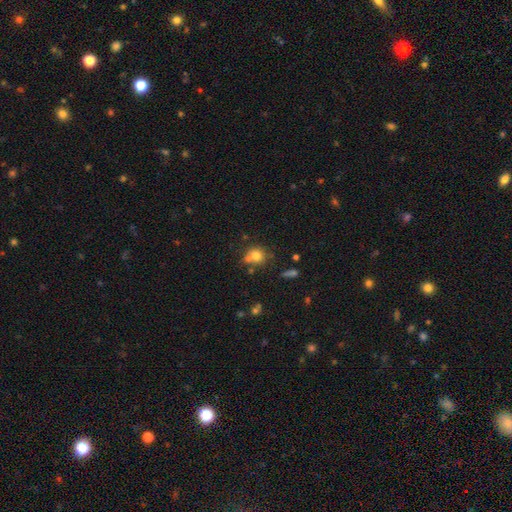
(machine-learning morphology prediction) A smooth galaxy with no disk features (75%) that is round (81%).

Vote fractions:
- Smooth or featured? smooth: 75% / star or artifact: 13% / featured or disk: 12%
- How rounded? round: 81% / in between: 18% / cigar-shaped: 1%
- Merging? none: 55% / merger: 25% / minor disturbance: 14% / major disturbance: 5%